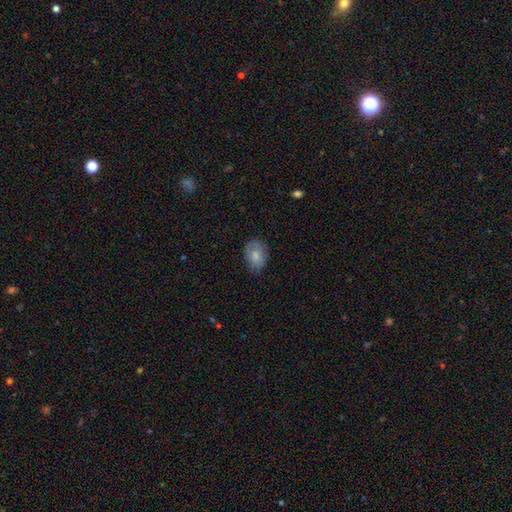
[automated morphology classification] This appears to be a smooth galaxy with no disk features (77%) that is in between round and cigar-shaped (75%). Merging: none (69%).